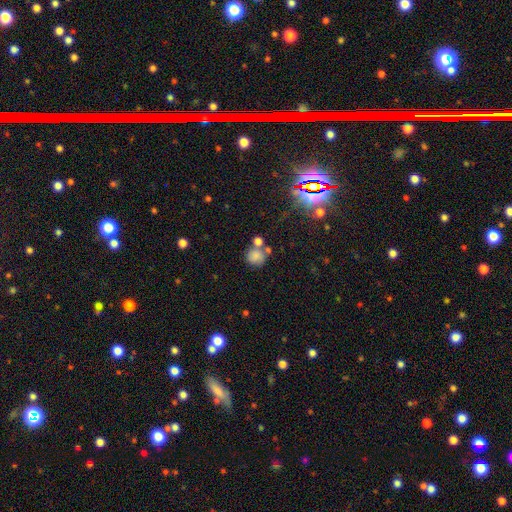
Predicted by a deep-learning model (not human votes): smooth 77%, star or artifact 13%, featured or disk 9%. Down the decision tree: how rounded — round (85%); merging — none (54%).